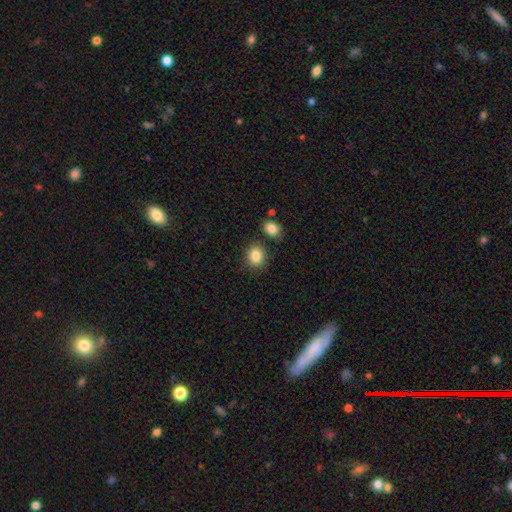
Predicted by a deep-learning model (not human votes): Smooth or featured? smooth (85%)
How rounded? round (66%)
Merging? none (81%)